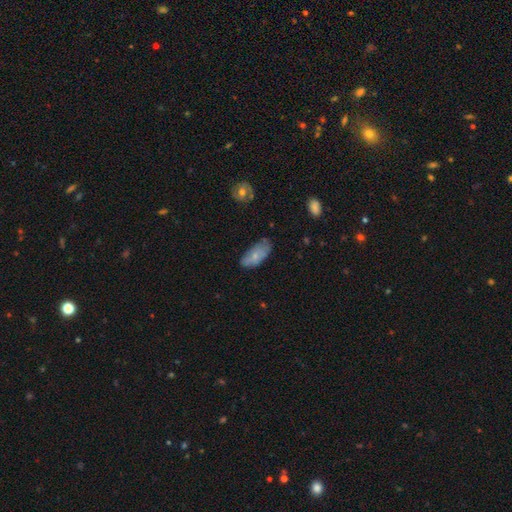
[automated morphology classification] A smooth galaxy with no disk features (66%) that is in between round and cigar-shaped (89%).

Vote fractions:
- Smooth or featured? smooth: 66% / featured or disk: 27% / star or artifact: 7%
- How rounded? in between: 89% / cigar-shaped: 8% / round: 3%
- Merging? none: 58% / minor disturbance: 32% / major disturbance: 7% / merger: 3%